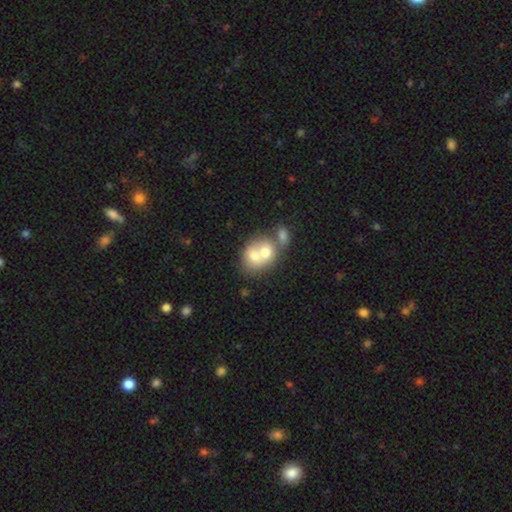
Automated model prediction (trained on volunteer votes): The model was most divided on "how rounded": round: 56%, in between: 43%, cigar-shaped: 1%. More confident: merging — merger (72%); smooth or featured — smooth (63%).